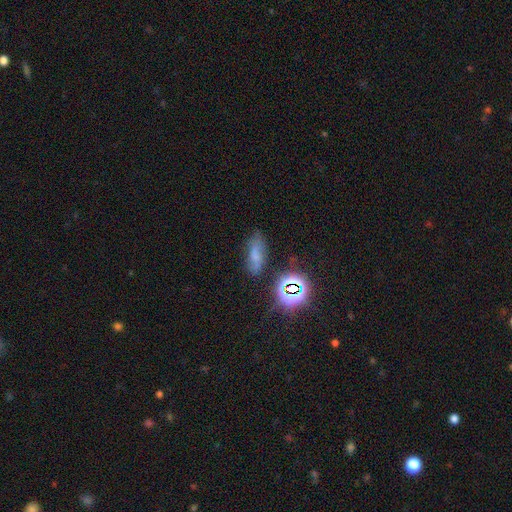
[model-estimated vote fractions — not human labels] smooth-or-featured: smooth: 53% | star or artifact: 24% | featured or disk: 23%
  how-rounded: in between: 74% | cigar-shaped: 19% | round: 7%
  merging: none: 65% | minor disturbance: 22% | major disturbance: 9% | merger: 4%